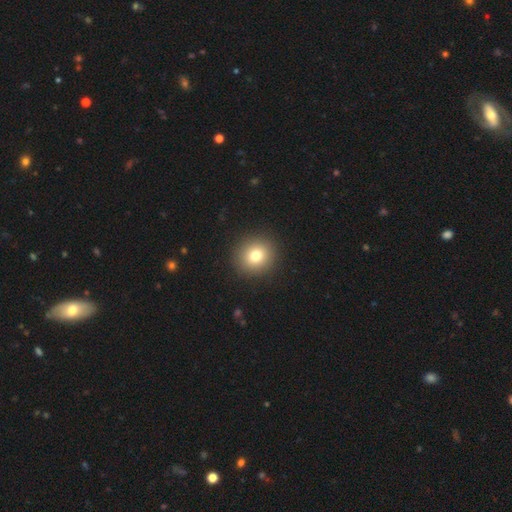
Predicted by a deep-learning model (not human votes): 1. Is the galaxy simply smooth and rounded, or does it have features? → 77% smooth, 12% star or artifact, 11% featured or disk.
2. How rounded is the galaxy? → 90% round, 9% in between, 1% cigar-shaped.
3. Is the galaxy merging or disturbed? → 92% none, 5% minor disturbance, 2% major disturbance, 1% merger.